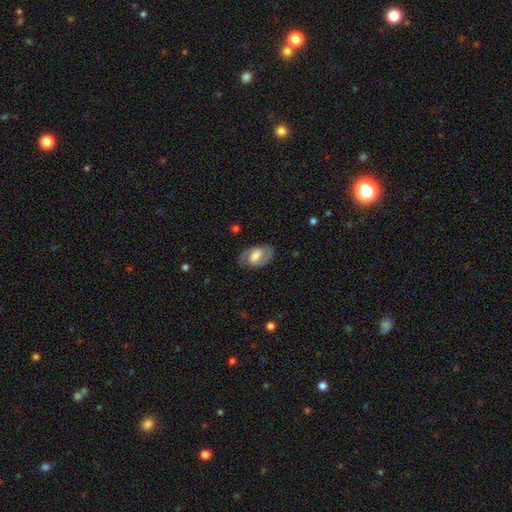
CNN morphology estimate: Smooth or featured? featured or disk (64%)
Edge-on disk? no (95%)
Bar? weak (46%)
Spiral arms? yes (82%)
Bulge size? moderate (38%)
Merging? none (79%)